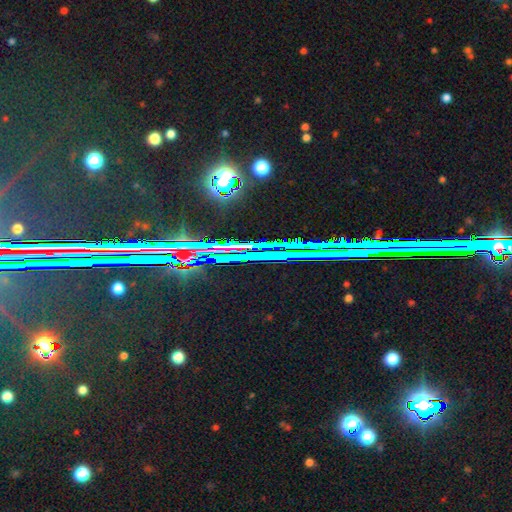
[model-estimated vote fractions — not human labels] This is clearly a star or artifact rather than a galaxy (81%).